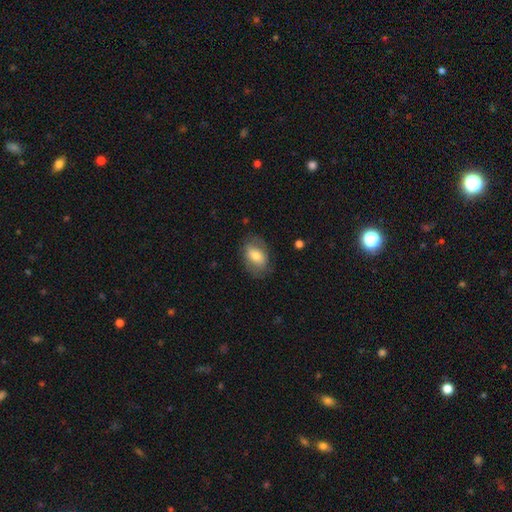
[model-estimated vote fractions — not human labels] Smooth or featured? smooth (65%)
How rounded? in between (83%)
Merging? none (75%)